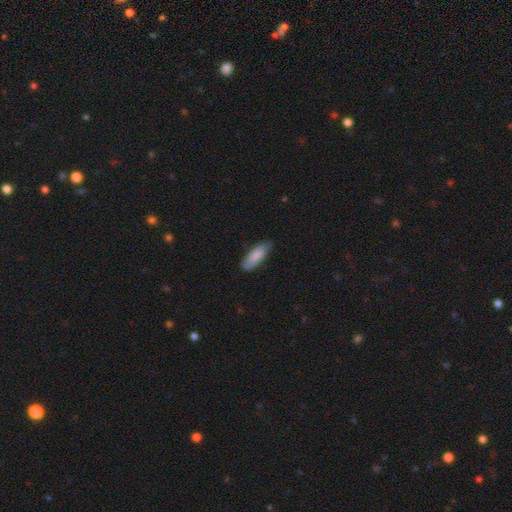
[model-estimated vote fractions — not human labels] Smooth or featured: smooth — 81% (featured or disk — 13%)
How rounded: in between — 70% (cigar-shaped — 29%)
Merging: none — 75% (minor disturbance — 21%)